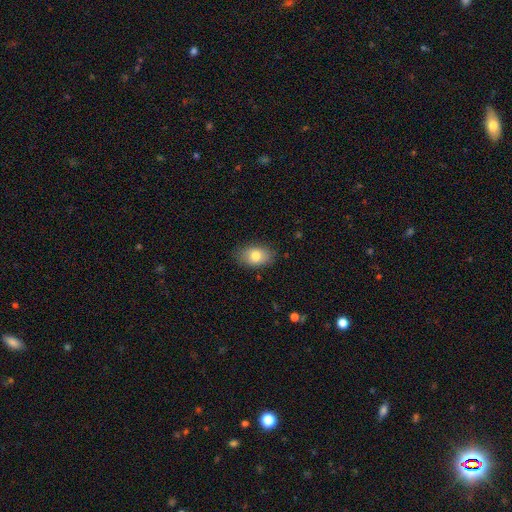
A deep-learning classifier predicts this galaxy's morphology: This appears to be a smooth galaxy with no disk features (81%) that is in between round and cigar-shaped (86%). Merging: none (83%).